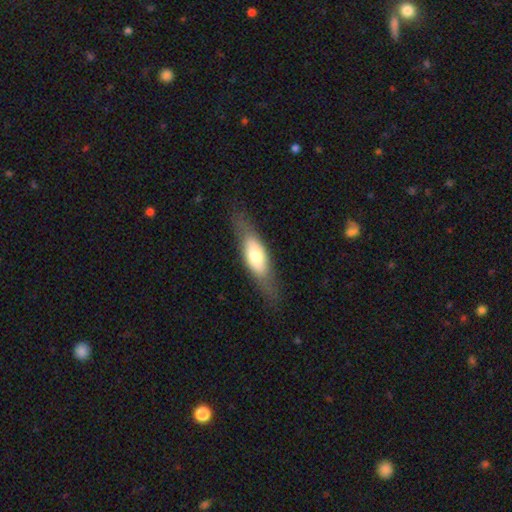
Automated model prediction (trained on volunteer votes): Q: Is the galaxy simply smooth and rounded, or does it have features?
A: smooth — 55%.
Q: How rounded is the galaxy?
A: in between — 55%.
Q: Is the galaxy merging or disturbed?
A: none — 76%.